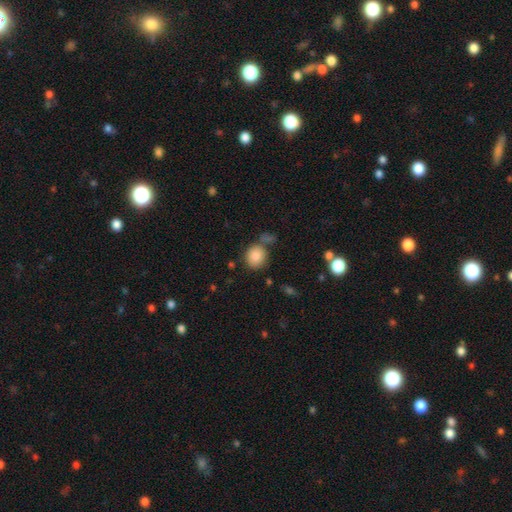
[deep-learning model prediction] Overall: smooth (84%). How rounded: round (82%). Merging: none (69%).